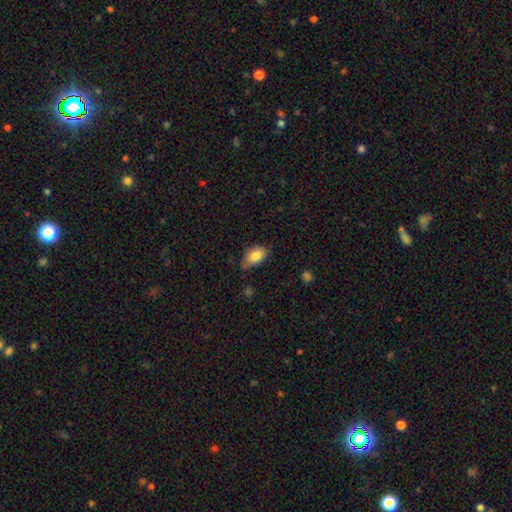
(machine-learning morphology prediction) smooth 82%, featured or disk 11%, star or artifact 7%. Down the decision tree: how rounded — in between (91%); merging — none (67%).